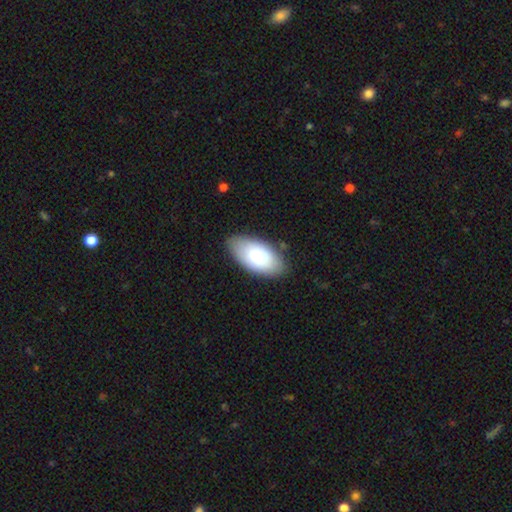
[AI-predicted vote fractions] This is likely a smooth galaxy (79%). How rounded: clearly in between (95%). Merging: clearly none (82%).